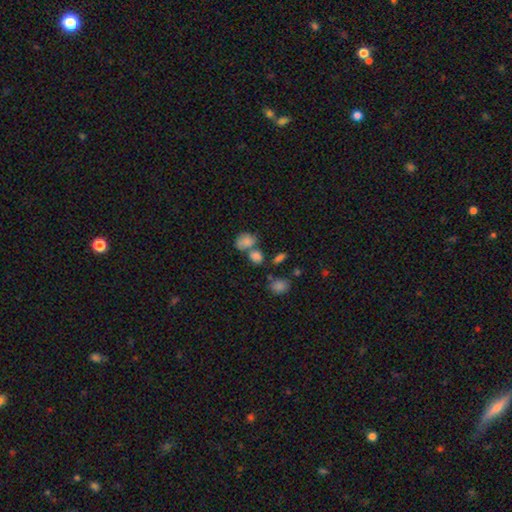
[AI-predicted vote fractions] This is likely a smooth galaxy (74%). How rounded: possibly in between (52%). Merging: marginally none (43%).